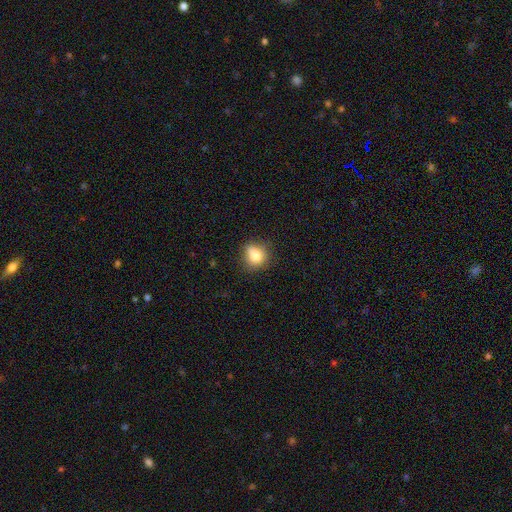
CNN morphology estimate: The model was most divided on "how rounded": round: 65%, in between: 34%, cigar-shaped: 2%. More confident: smooth or featured — smooth (81%); merging — none (71%).